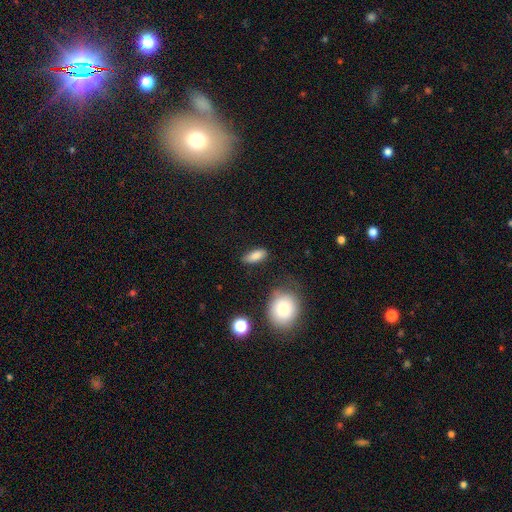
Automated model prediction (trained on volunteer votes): This appears to be a smooth galaxy with no disk features (84%) that is in between round and cigar-shaped (77%). Merging: none (79%).